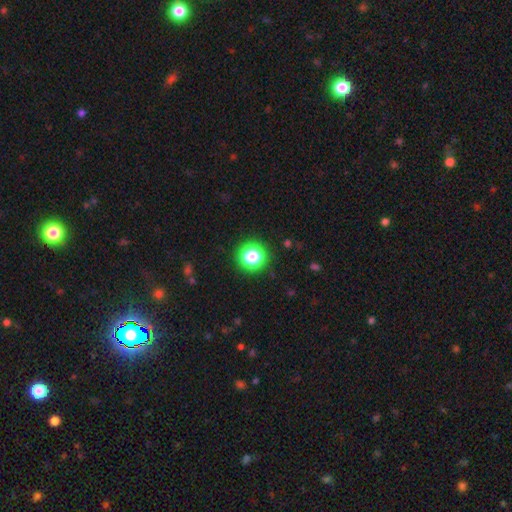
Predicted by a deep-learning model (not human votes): A star or artifact, not a galaxy (57%).

Vote fractions:
- Smooth or featured? star or artifact: 57% / smooth: 37% / featured or disk: 6%